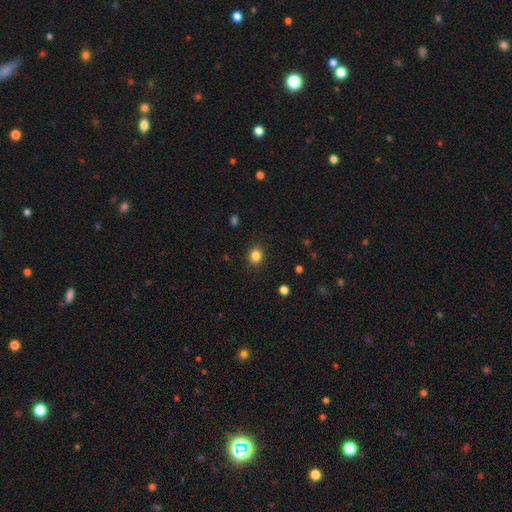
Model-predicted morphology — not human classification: Overall: smooth (84%). How rounded: round (72%). Merging: none (90%).